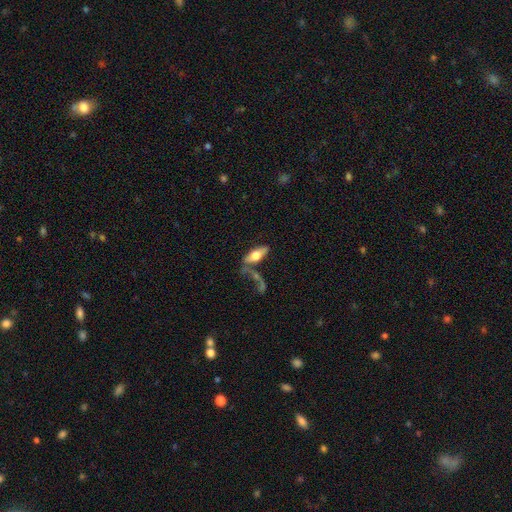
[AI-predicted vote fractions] A smooth galaxy with no disk features (51%) that is in between round and cigar-shaped (69%).

Vote fractions:
- Smooth or featured? smooth: 51% / featured or disk: 42% / star or artifact: 7%
- How rounded? in between: 69% / cigar-shaped: 28% / round: 3%
- Merging? none: 44% / merger: 26% / major disturbance: 16% / minor disturbance: 15%